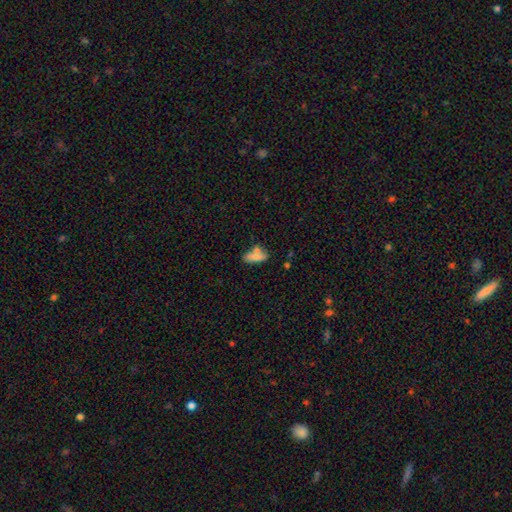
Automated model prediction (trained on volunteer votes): Smooth or featured? smooth (74%)
How rounded? in between (72%)
Merging? none (52%)